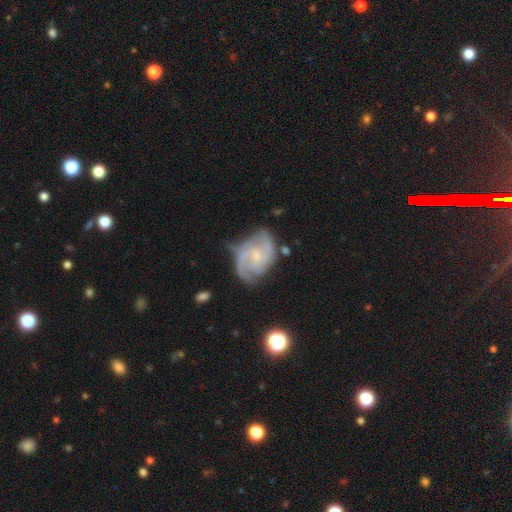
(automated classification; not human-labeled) A featured or disk galaxy (86%) with no bar (52%), 2 (57%) medium (48%) spiral arms (96%) and a small central bulge (67%). Merging: none (62%).